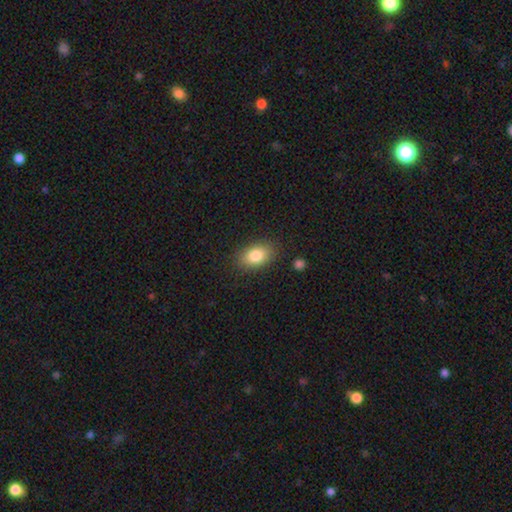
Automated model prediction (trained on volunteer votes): Q: Smooth or featured?
A: smooth (83%); runner-up: featured or disk (9%)
Q: How rounded?
A: in between (87%); runner-up: round (12%)
Q: Merging?
A: none (85%); runner-up: minor disturbance (11%)